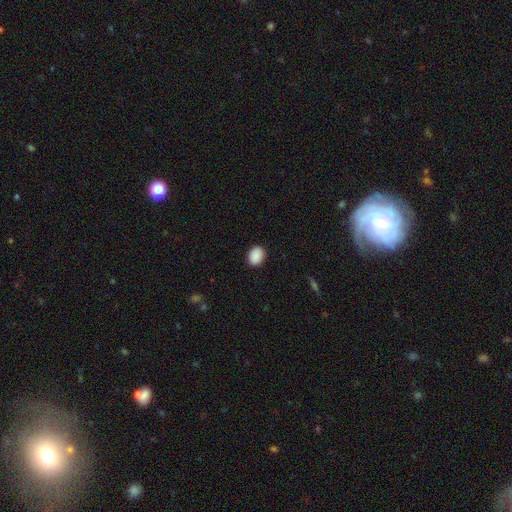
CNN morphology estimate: This is clearly a smooth galaxy (90%). How rounded: likely in between (62%). Merging: clearly none (90%).